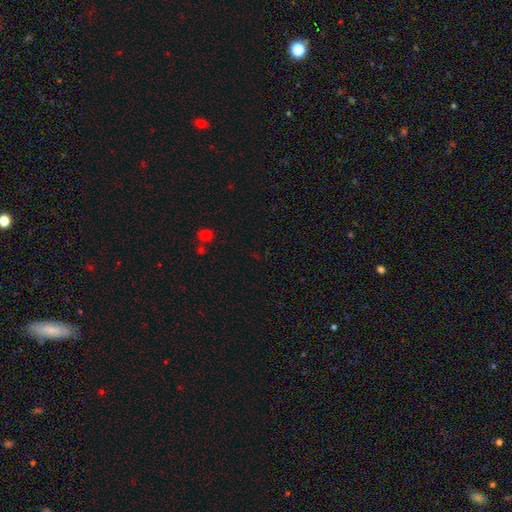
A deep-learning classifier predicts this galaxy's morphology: smooth-or-featured: star or artifact: 64% | smooth: 28% | featured or disk: 8%